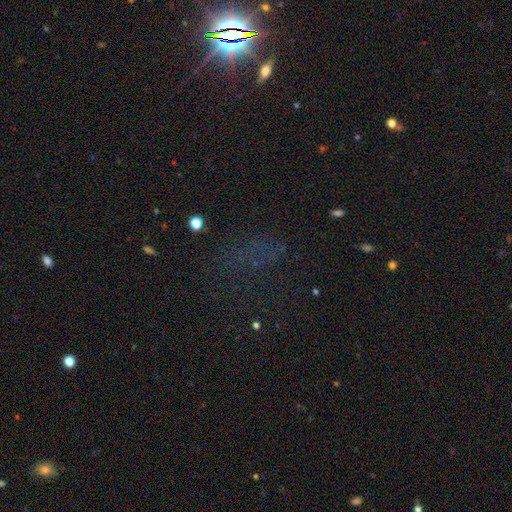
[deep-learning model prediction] Q: Smooth or featured?
A: star or artifact (63%); runner-up: smooth (23%)